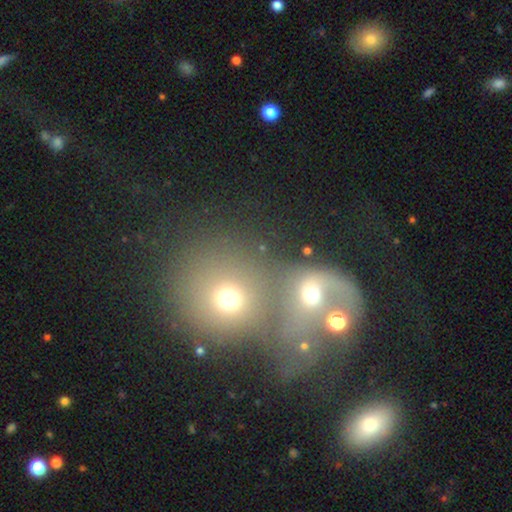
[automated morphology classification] Q: Smooth or featured?
A: smooth (54%); runner-up: featured or disk (28%)
Q: How rounded?
A: round (79%); runner-up: in between (20%)
Q: Merging?
A: merger (66%); runner-up: none (20%)